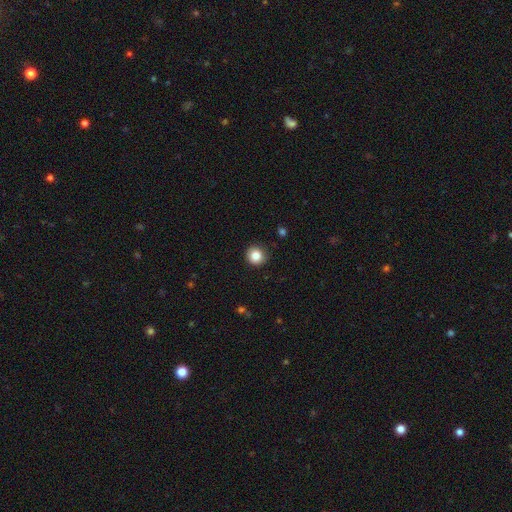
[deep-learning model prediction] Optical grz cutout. It shows a smooth galaxy with no disk features (84%) that is round (93%). Merging: none (90%).